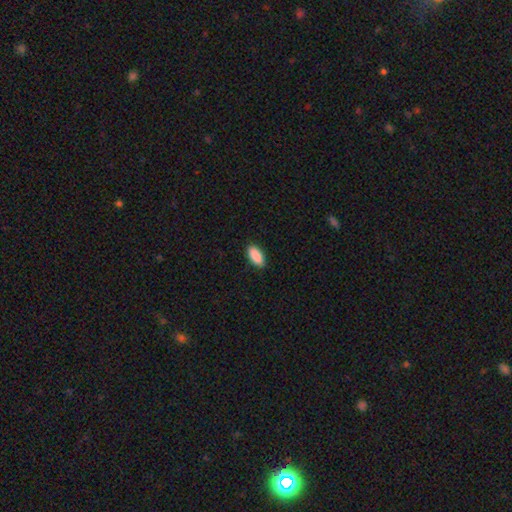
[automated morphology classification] A smooth galaxy with no disk features (91%) that is in between round and cigar-shaped (89%). Merging: none (90%).